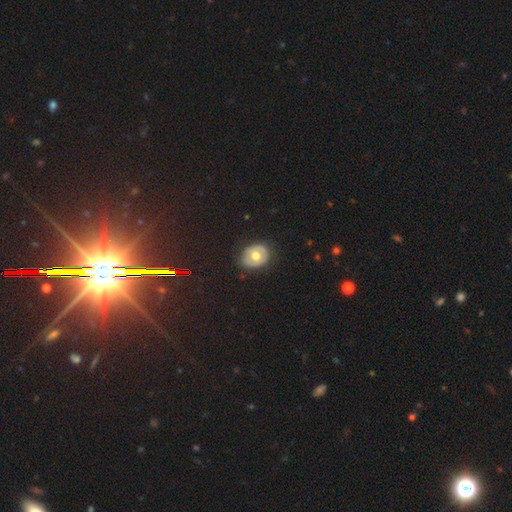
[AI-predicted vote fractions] A smooth galaxy with no disk features (49%). Merging: none (79%).